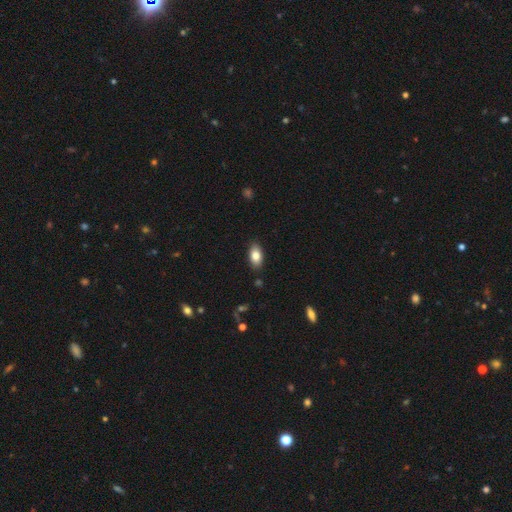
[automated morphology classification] Q: Smooth or featured?
A: smooth (82%); runner-up: featured or disk (11%)
Q: How rounded?
A: in between (92%); runner-up: round (5%)
Q: Merging?
A: none (87%); runner-up: minor disturbance (10%)